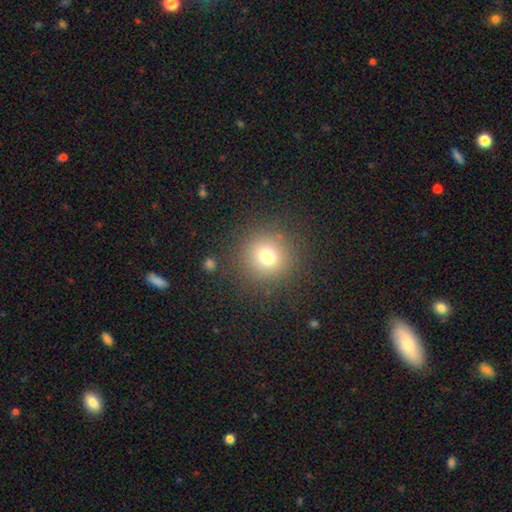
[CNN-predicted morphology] Smooth or featured? Predicted: smooth (p=0.74). How rounded? Predicted: round (p=0.94). Merging? Predicted: none (p=0.89).